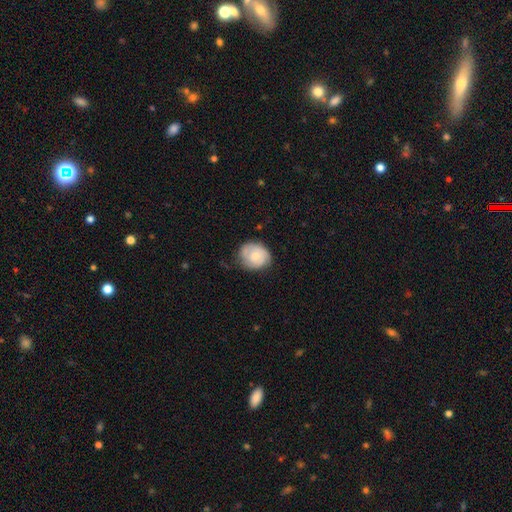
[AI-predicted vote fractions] Smooth or featured? smooth (55%)
How rounded? round (65%)
Merging? none (69%)